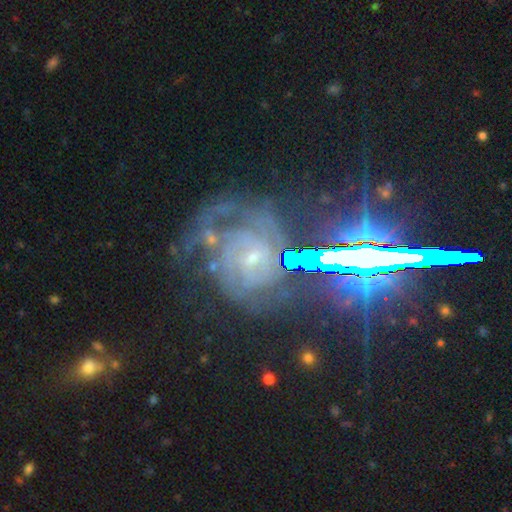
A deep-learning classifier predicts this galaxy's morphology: A featured or disk galaxy (71%) with no bar (63%), tight (57%) spiral arms (93%) and a small central bulge (74%).

Vote fractions:
- Smooth or featured? featured or disk: 71% / star or artifact: 22% / smooth: 7%
- Edge-on disk? no: 96% / yes: 4%
- Bar? no: 63% / weak: 27% / strong: 11%
- Spiral arms? yes: 93% / no: 7%
- Spiral winding? tight: 57% / medium: 34% / loose: 9%
- Spiral arm count? can't tell: 34% / 2: 28% / 3: 17% / 4: 8% / 1: 7% / more than 4: 7%
- Bulge size? small: 74% / moderate: 19% / none: 4% / large: 2% / dominant: 1%
- Merging? none: 51% / major disturbance: 24% / minor disturbance: 19% / merger: 6%